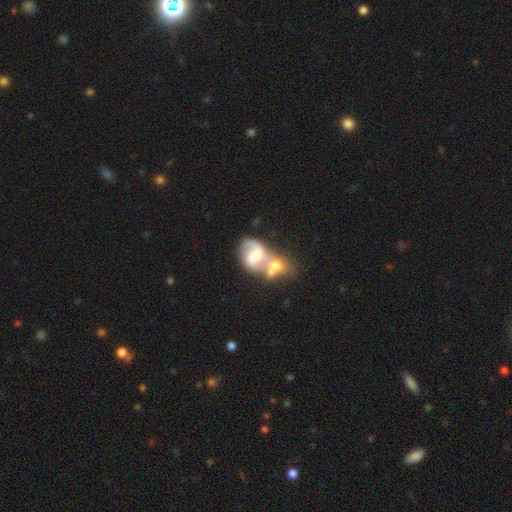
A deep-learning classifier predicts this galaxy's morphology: This is likely a featured or disk galaxy (61%). It is clearly not viewed edge-on (97%). Bar: possibly no (50%). Spiral arm pattern: likely yes (62%). Central bulge: marginally moderate (31%). Merging: likely merger (66%).